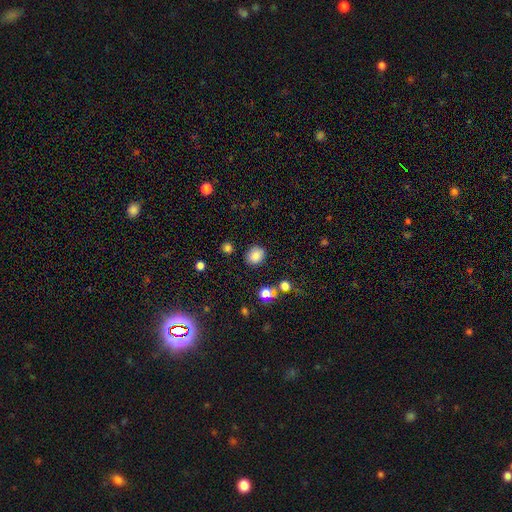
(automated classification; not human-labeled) This appears to be a smooth galaxy with no disk features (83%) that is round (68%). Merging: none (85%).